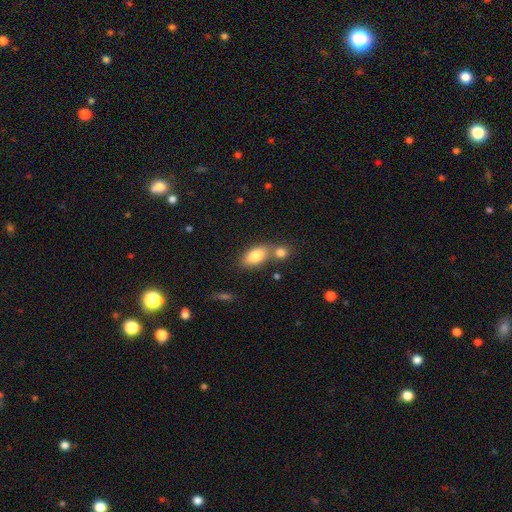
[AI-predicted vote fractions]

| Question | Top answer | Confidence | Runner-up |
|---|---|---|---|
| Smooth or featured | smooth | 82% | featured or disk (11%) |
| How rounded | in between | 88% | round (7%) |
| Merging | none | 50% | merger (35%) |